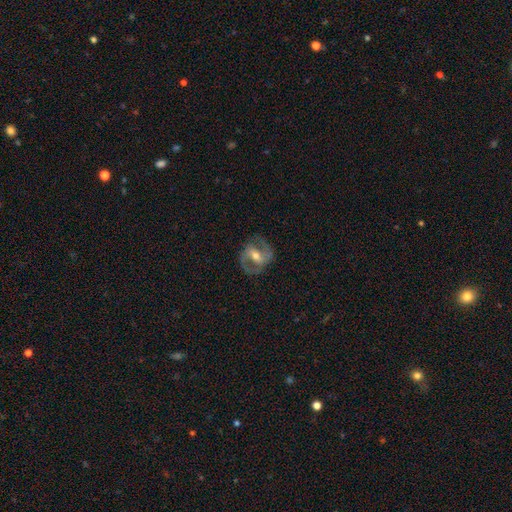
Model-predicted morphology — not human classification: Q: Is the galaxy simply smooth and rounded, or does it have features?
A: featured or disk — 82%.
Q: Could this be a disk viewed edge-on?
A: no — 96%.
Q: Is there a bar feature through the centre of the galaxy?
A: strong — 40%, tied with weak.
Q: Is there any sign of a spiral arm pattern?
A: yes — 89%.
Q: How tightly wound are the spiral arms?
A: medium — 56%.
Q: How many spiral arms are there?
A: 2 — 89%.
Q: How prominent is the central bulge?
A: moderate — 63%.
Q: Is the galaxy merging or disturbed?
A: none — 79%.